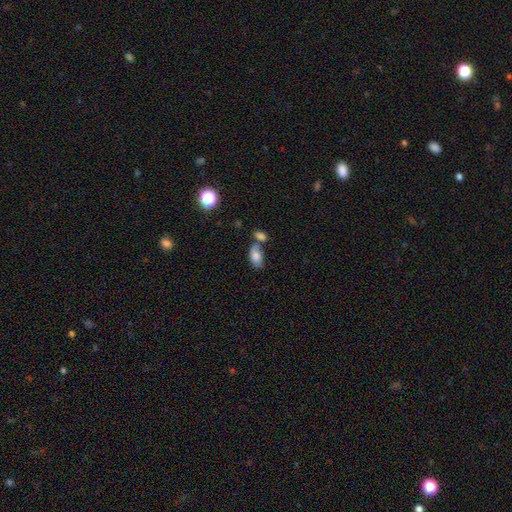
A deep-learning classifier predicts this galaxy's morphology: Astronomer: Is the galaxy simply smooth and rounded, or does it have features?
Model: smooth — 81%.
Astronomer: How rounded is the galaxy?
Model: in between — 92%.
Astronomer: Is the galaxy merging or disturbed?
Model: none — 45% (runner-up: merger, 37%).